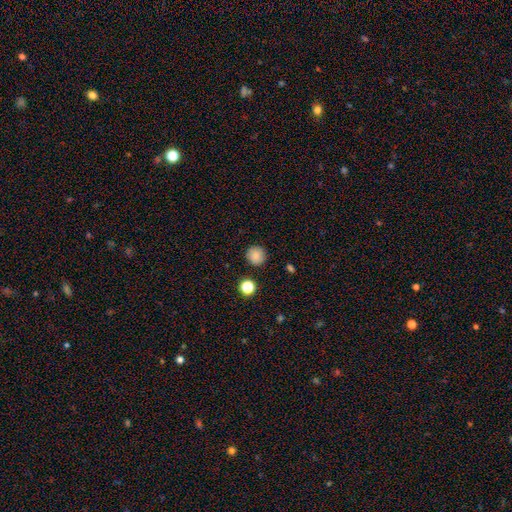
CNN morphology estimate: smooth 85%, star or artifact 10%, featured or disk 5%. Down the decision tree: how rounded — round (94%); merging — none (89%).